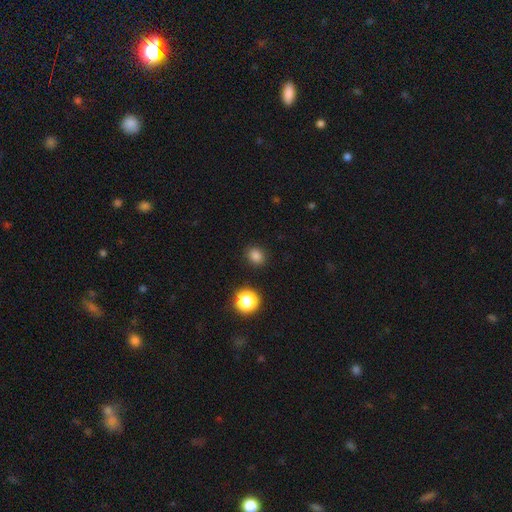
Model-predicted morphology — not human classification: This appears to be a smooth galaxy with no disk features (80%) that is round (67%). Merging: none (89%).